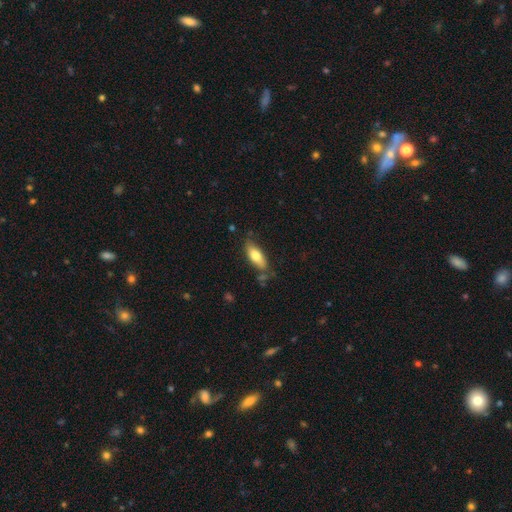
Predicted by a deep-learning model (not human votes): A smooth galaxy with no disk features (73%) that is in between round and cigar-shaped (74%). Merging: none (69%).